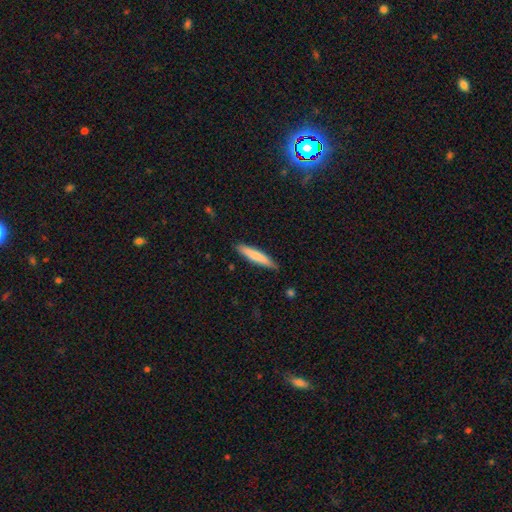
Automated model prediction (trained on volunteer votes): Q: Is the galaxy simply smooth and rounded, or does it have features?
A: smooth — 77%.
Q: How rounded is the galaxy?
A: cigar-shaped — 90%.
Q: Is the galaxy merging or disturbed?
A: none — 86%.